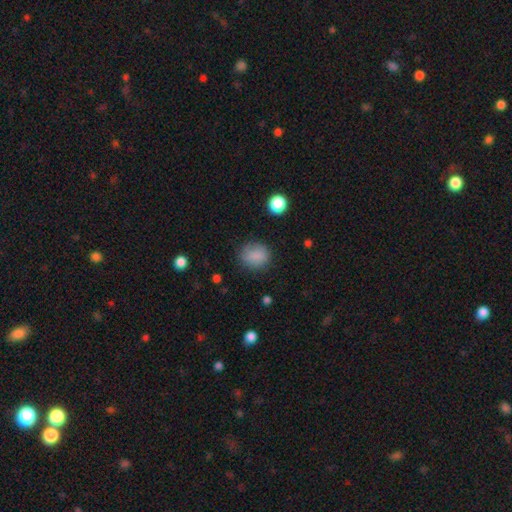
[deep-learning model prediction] This appears to be a smooth galaxy with no disk features (84%) that is round (68%). Merging: none (79%).